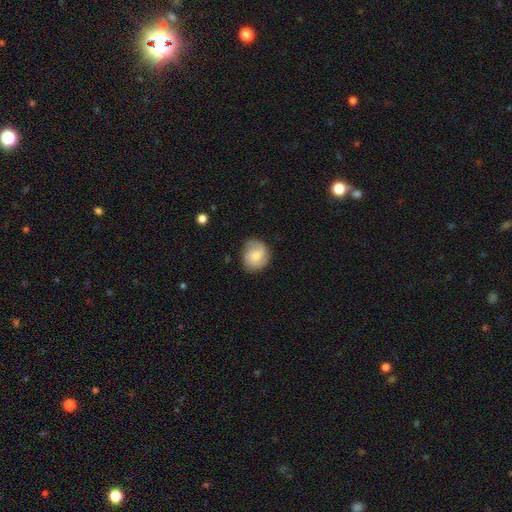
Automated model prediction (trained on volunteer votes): The model was most divided on "smooth or featured": smooth: 57%, featured or disk: 35%, star or artifact: 8%. More confident: how rounded — round (80%); merging — none (78%).